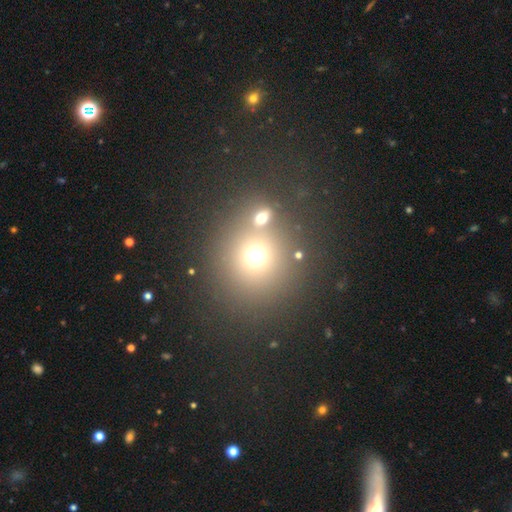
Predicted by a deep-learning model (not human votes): This appears to be a smooth galaxy with no disk features (66%) that is round (90%). Merging: none (61%).